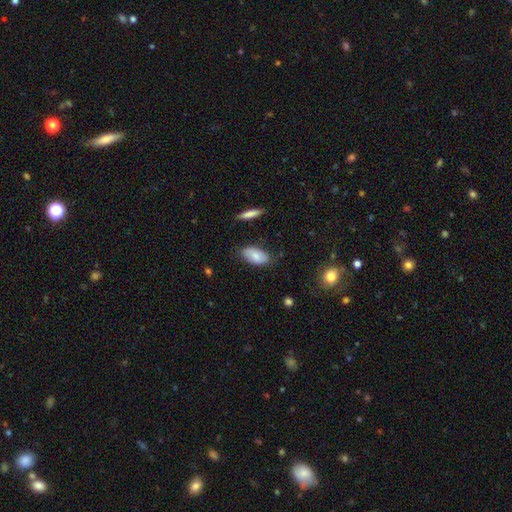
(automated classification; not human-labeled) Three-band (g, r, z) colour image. It shows a smooth galaxy with no disk features (78%) that is in between round and cigar-shaped (93%). Merging: none (77%).